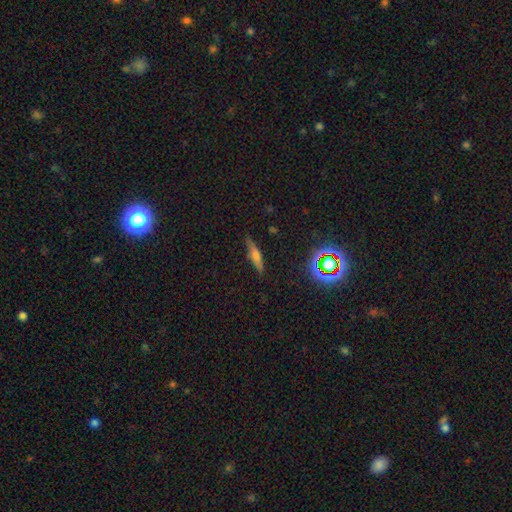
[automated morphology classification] Smooth or featured?
  - smooth: 53% *
  - featured or disk: 34%
  - star or artifact: 14%
How rounded?
  - cigar-shaped: 73% *
  - in between: 24%
  - round: 3%
Merging?
  - none: 83% *
  - minor disturbance: 13%
  - major disturbance: 3%
  - merger: 1%